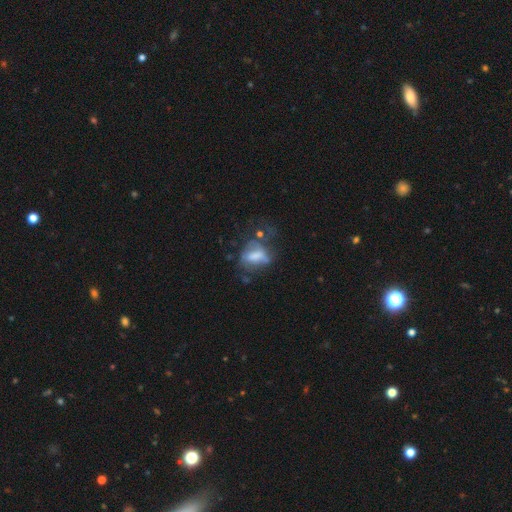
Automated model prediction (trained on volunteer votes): A smooth galaxy with no disk features (49%). Merging: major disturbance (38%).